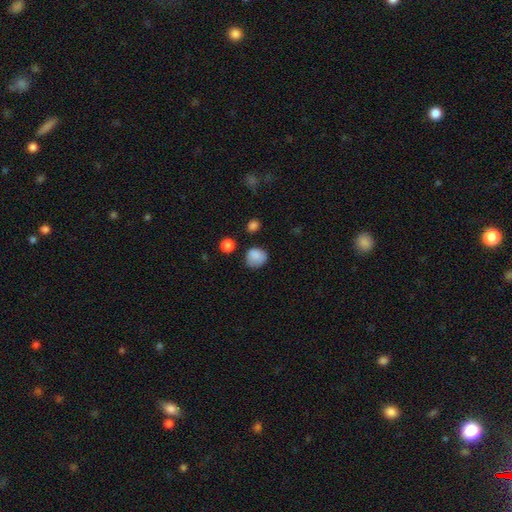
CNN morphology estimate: Overall: smooth (84%). How rounded: round (72%). Merging: none (66%).